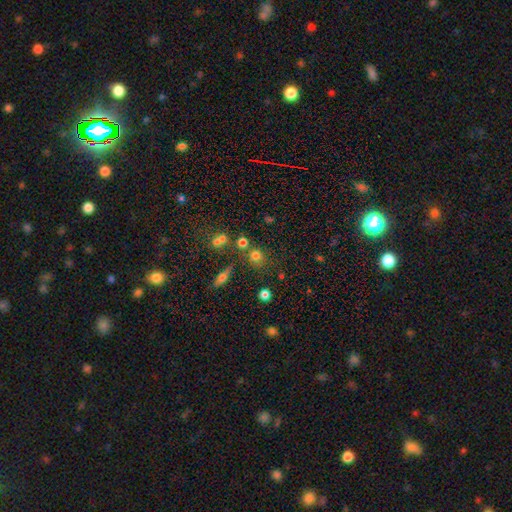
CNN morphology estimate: This is likely a smooth galaxy (74%). How rounded: clearly round (86%). Merging: likely none (72%).